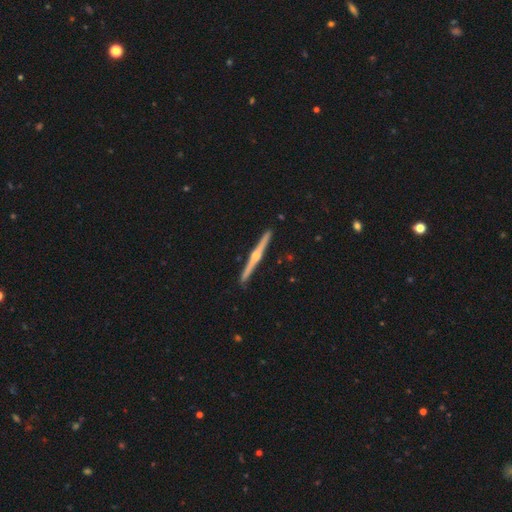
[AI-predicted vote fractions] Smooth or featured?
  - featured or disk: 84% *
  - smooth: 12%
  - star or artifact: 4%
Edge-on disk?
  - yes: 99% *
  - no: 1%
Edge-on bulge?
  - rounded: 92% *
  - none: 5%
  - boxy: 4%
Merging?
  - none: 93% *
  - minor disturbance: 5%
  - merger: 1%
  - major disturbance: 1%